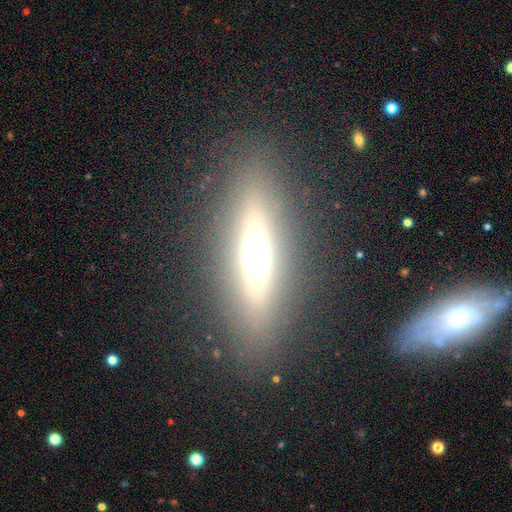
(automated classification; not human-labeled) A featured or disk galaxy (51%) viewed edge-on (82%). Merging: none (85%).